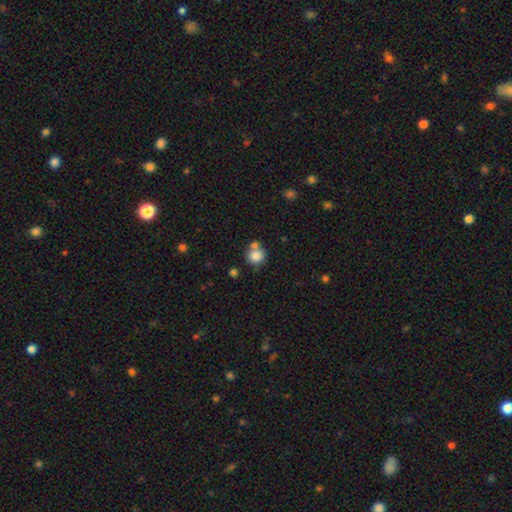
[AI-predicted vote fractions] smooth-or-featured: smooth: 83% | star or artifact: 10% | featured or disk: 7%
  how-rounded: round: 86% | in between: 13% | cigar-shaped: 1%
  merging: none: 55% | merger: 30% | minor disturbance: 11% | major disturbance: 4%